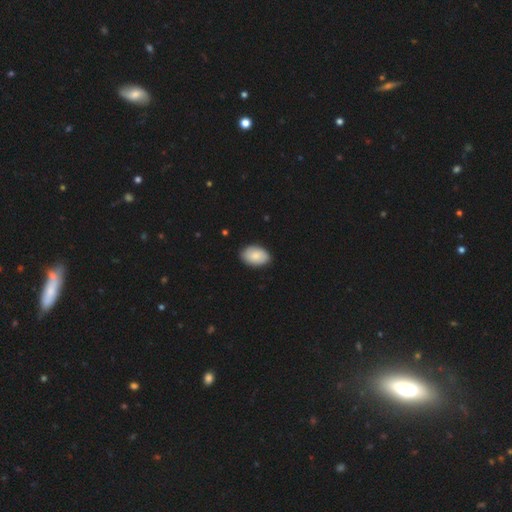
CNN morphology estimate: smooth_or_featured: smooth (p=0.84) [alt: featured or disk p=0.10]
how_rounded: in between (p=0.89) [alt: round p=0.10]
merging: none (p=0.87) [alt: minor disturbance p=0.10]